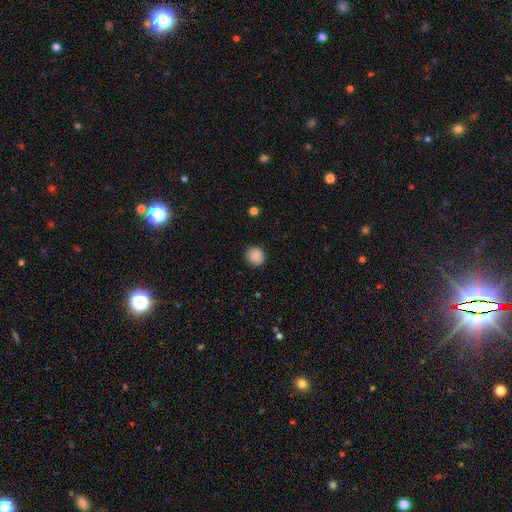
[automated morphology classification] Smooth or featured?
  - smooth: 85% *
  - star or artifact: 9%
  - featured or disk: 7%
How rounded?
  - round: 90% *
  - in between: 9%
  - cigar-shaped: 1%
Merging?
  - none: 88% *
  - minor disturbance: 9%
  - major disturbance: 2%
  - merger: 1%